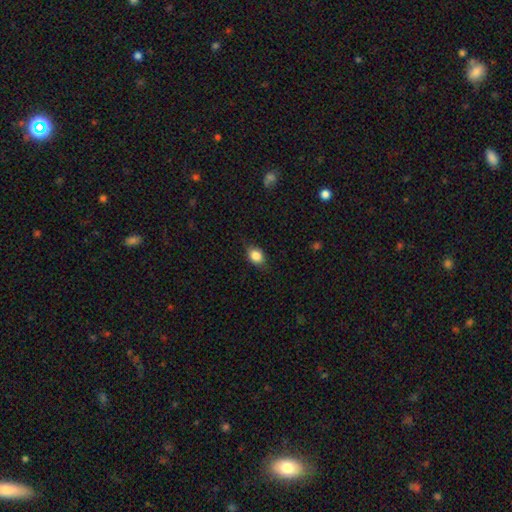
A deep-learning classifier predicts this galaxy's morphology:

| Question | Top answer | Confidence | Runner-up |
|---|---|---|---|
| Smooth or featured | smooth | 82% | featured or disk (9%) |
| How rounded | in between | 66% | round (32%) |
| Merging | none | 77% | minor disturbance (18%) |